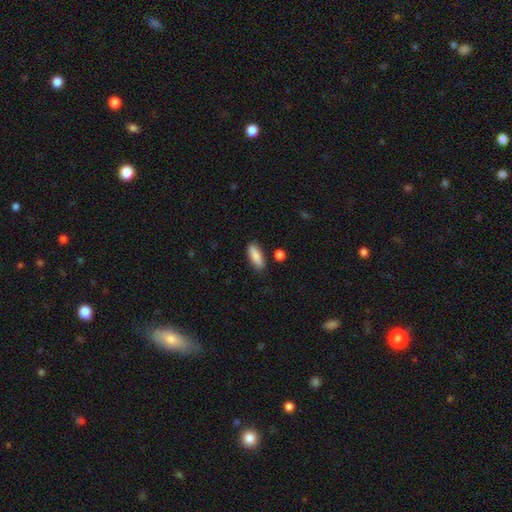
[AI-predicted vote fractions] Smooth or featured: smooth — 87% (featured or disk — 7%)
How rounded: in between — 60% (cigar-shaped — 38%)
Merging: none — 83% (minor disturbance — 11%)